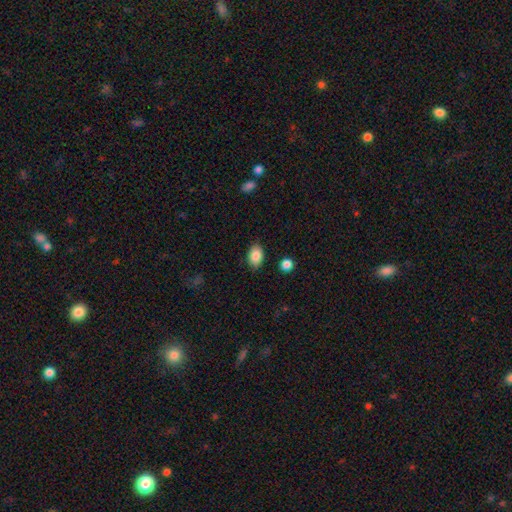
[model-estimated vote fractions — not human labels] smooth-or-featured: smooth: 87% | star or artifact: 8% | featured or disk: 6%
  how-rounded: in between: 85% | round: 14% | cigar-shaped: 1%
  merging: none: 85% | minor disturbance: 10% | major disturbance: 2% | merger: 2%